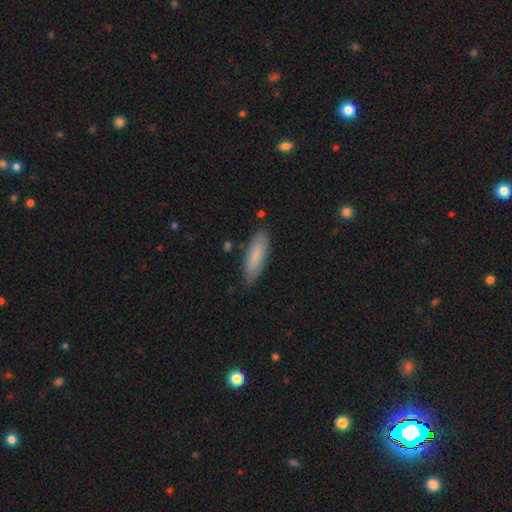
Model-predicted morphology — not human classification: This is clearly a smooth galaxy (84%). How rounded: possibly cigar-shaped (59%). Merging: clearly none (86%).